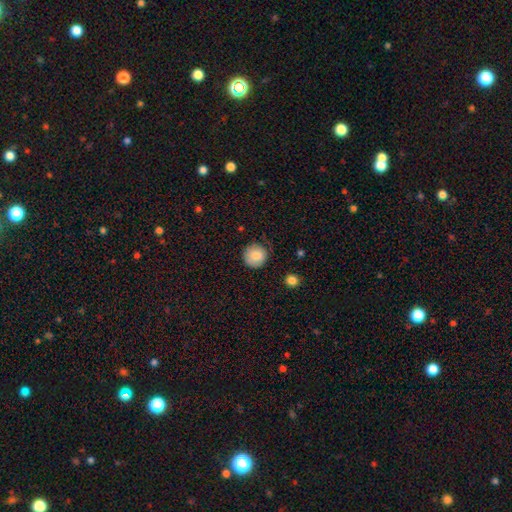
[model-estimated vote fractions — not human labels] A smooth galaxy with no disk features (84%) that is round (94%).

Vote fractions:
- Smooth or featured? smooth: 84% / star or artifact: 8% / featured or disk: 8%
- How rounded? round: 94% / in between: 5% / cigar-shaped: 1%
- Merging? none: 79% / minor disturbance: 16% / major disturbance: 4% / merger: 1%